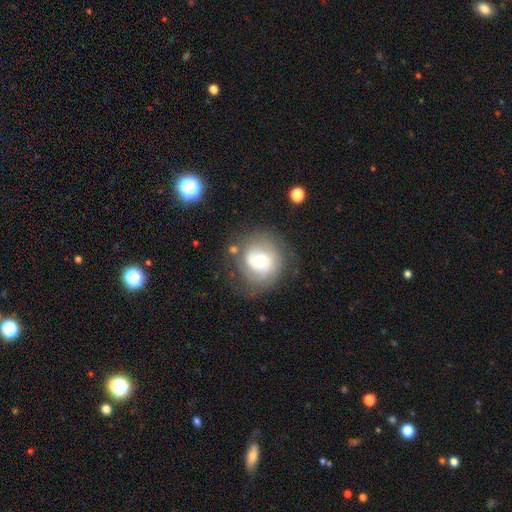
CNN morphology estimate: featured or disk 60%, smooth 32%, star or artifact 8%. Down the decision tree: edge-on disk — no (97%); bar — no (76%); spiral arms — yes (77%); bulge size — moderate (53%); merging — none (70%).